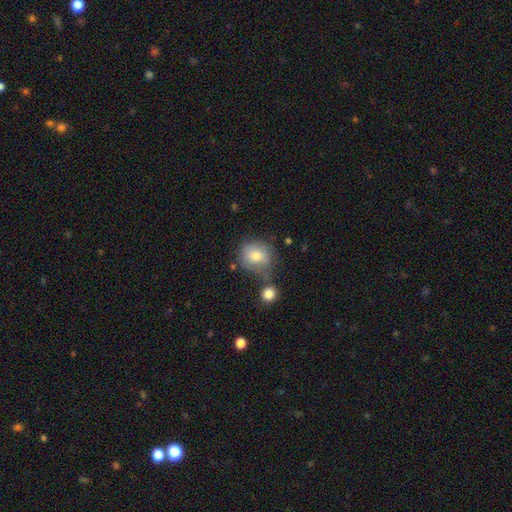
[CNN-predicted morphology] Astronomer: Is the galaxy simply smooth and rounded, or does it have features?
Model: smooth — 73%.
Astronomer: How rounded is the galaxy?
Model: round — 80%.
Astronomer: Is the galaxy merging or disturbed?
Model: none — 55%.